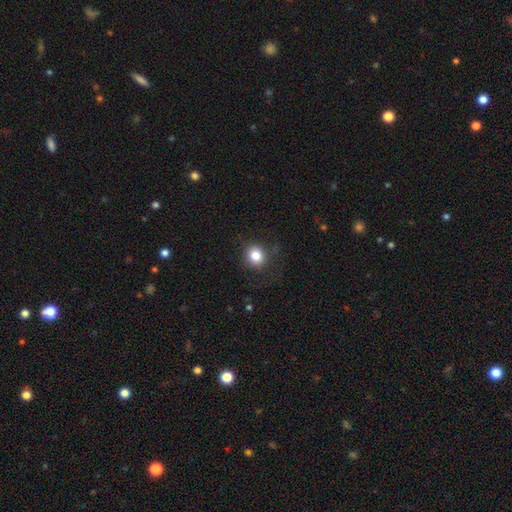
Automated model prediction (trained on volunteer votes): A smooth galaxy with no disk features (82%) that is round (88%). Merging: none (81%).